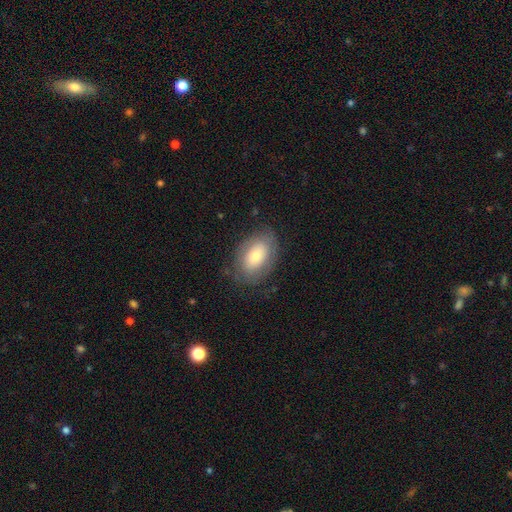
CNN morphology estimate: Q: Smooth or featured?
A: smooth (64%); runner-up: featured or disk (28%)
Q: How rounded?
A: in between (89%); runner-up: round (10%)
Q: Merging?
A: none (76%); runner-up: minor disturbance (16%)